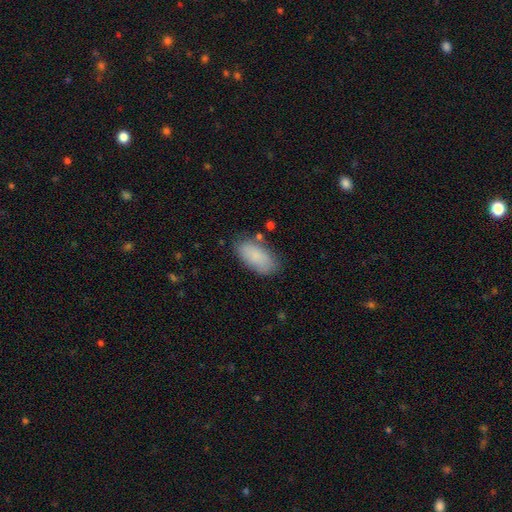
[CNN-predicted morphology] smooth 86%, featured or disk 7%, star or artifact 7%. Down the decision tree: how rounded — in between (92%); merging — none (77%).